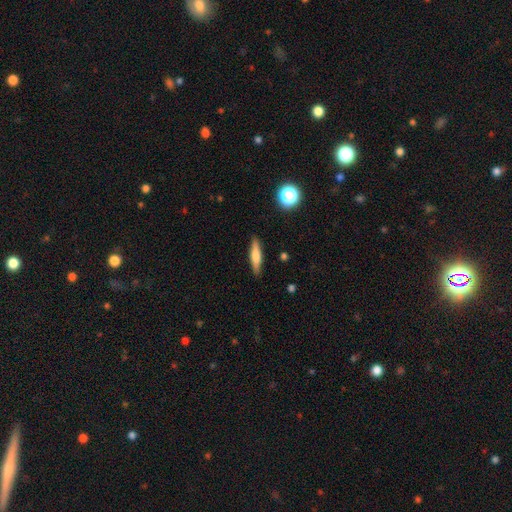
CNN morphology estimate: type=smooth (62%); roundness=cigar-shaped (80%); merging=none (88%).